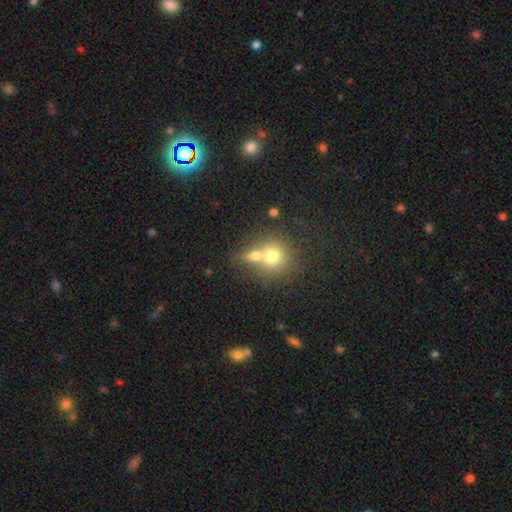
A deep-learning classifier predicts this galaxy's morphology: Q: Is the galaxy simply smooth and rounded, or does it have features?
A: smooth — 70%.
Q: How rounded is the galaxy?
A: round — 74%.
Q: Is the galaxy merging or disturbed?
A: merger — 58%.